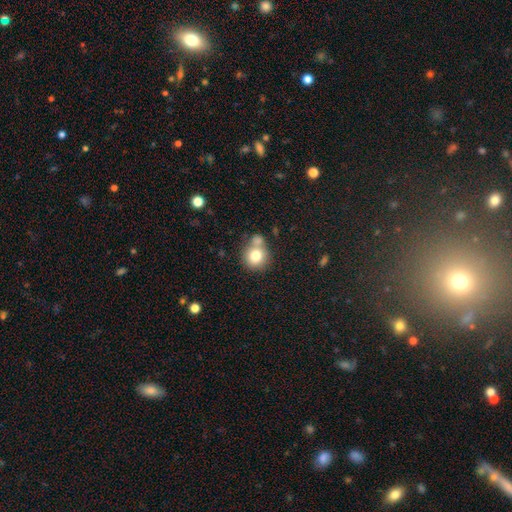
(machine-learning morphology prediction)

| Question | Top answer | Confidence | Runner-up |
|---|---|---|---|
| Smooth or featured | smooth | 77% | featured or disk (13%) |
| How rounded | round | 86% | in between (13%) |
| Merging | none | 55% | merger (29%) |